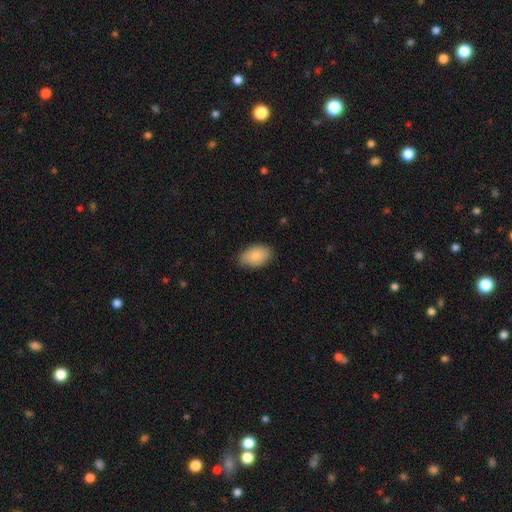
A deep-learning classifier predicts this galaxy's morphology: Smooth or featured: smooth — 85% (featured or disk — 9%)
How rounded: in between — 91% (round — 7%)
Merging: none — 78% (minor disturbance — 18%)